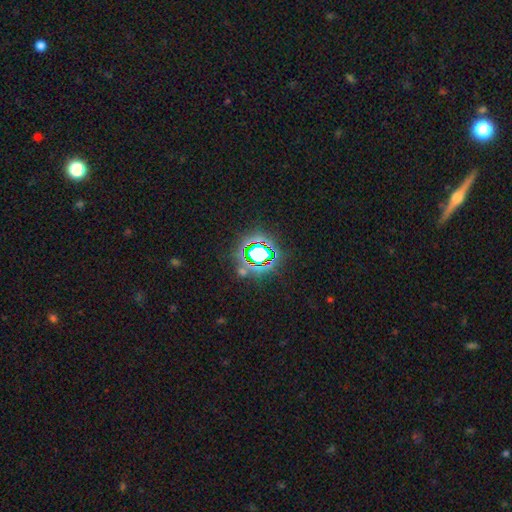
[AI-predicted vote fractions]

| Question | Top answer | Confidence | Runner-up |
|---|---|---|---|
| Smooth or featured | star or artifact | 70% | smooth (19%) |